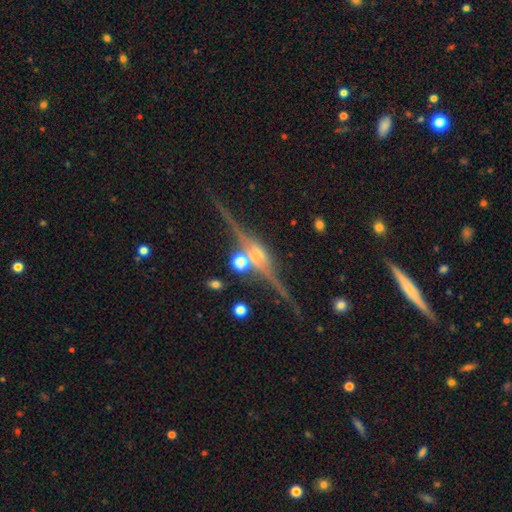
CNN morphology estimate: Smooth or featured? featured or disk (88%)
Edge-on disk? yes (97%)
Edge-on bulge? rounded (81%)
Merging? none (82%)